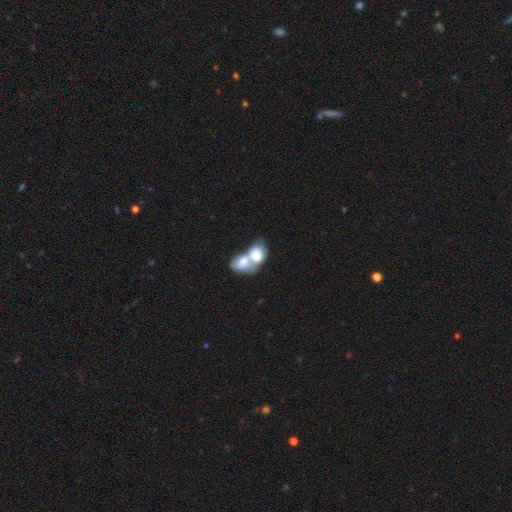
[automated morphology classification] Overall: smooth (68%). How rounded: in between (77%). Merging: merger (83%).